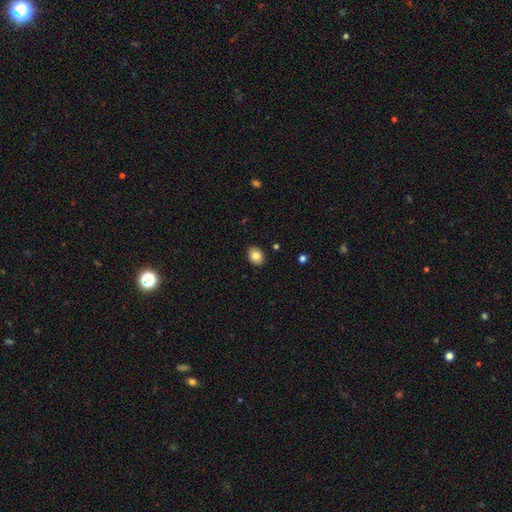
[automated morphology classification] Smooth or featured? smooth (83%)
How rounded? in between (65%)
Merging? none (89%)